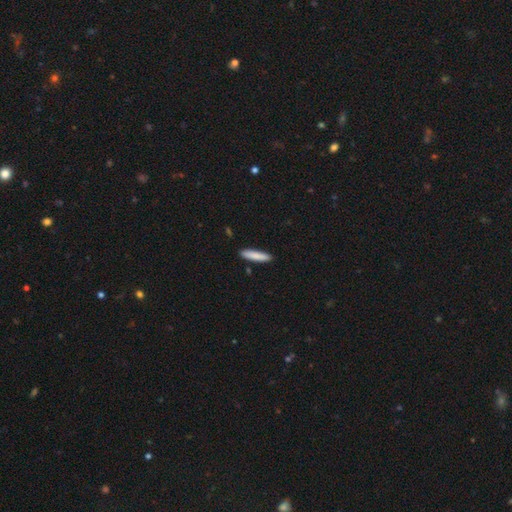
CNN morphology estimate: A smooth galaxy with no disk features (85%) that is cigar-shaped (85%).

Vote fractions:
- Smooth or featured? smooth: 85% / featured or disk: 10% / star or artifact: 6%
- How rounded? cigar-shaped: 85% / in between: 14% / round: 1%
- Merging? none: 88% / minor disturbance: 8% / merger: 2% / major disturbance: 2%